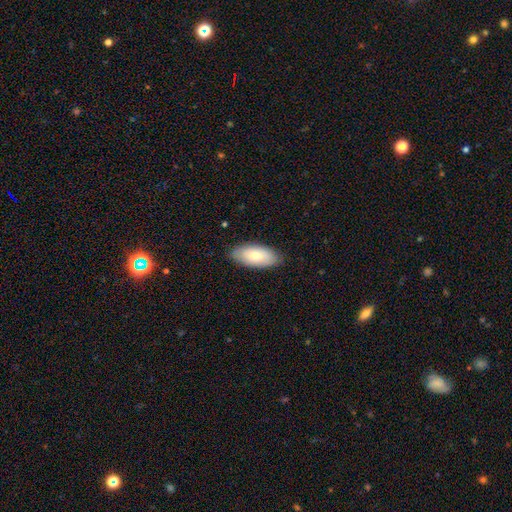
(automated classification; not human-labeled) A smooth galaxy with no disk features (78%) that is in between round and cigar-shaped (92%).

Vote fractions:
- Smooth or featured? smooth: 78% / featured or disk: 16% / star or artifact: 6%
- How rounded? in between: 92% / cigar-shaped: 6% / round: 2%
- Merging? none: 85% / minor disturbance: 12% / major disturbance: 2% / merger: 1%